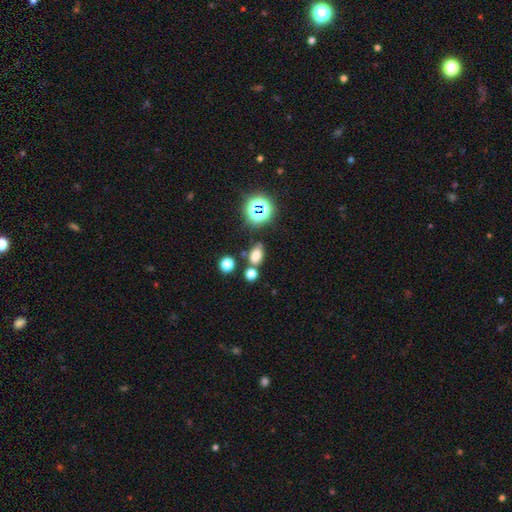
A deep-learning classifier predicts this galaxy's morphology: The model was most divided on "smooth or featured": smooth: 68%, star or artifact: 22%, featured or disk: 9%. More confident: how rounded — in between (79%); merging — none (69%).